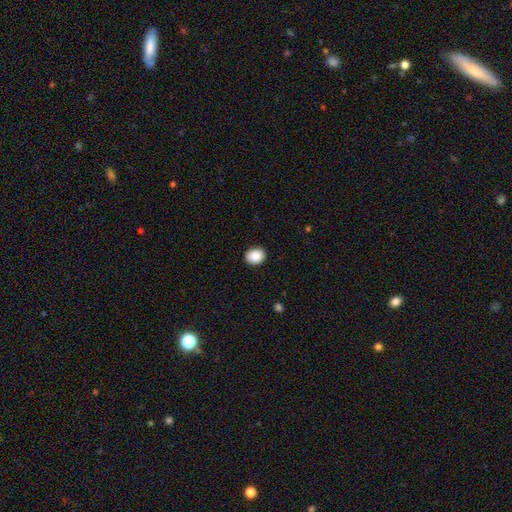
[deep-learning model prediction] This appears to be a smooth galaxy with no disk features (89%) that is round (54%). Merging: none (90%).